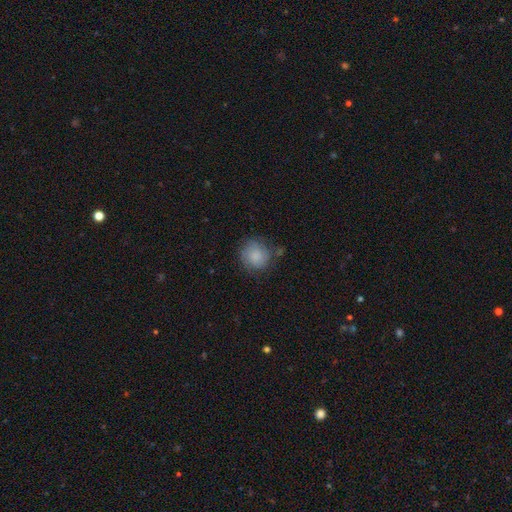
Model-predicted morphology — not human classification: This appears to be a smooth galaxy with no disk features (81%) that is round (86%). Merging: none (67%).